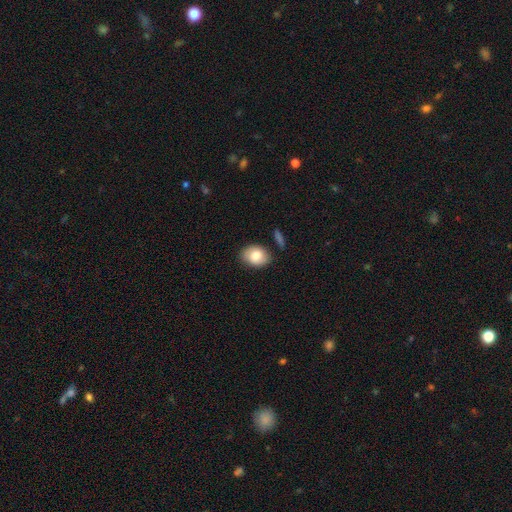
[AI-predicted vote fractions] This appears to be a smooth galaxy with no disk features (76%) that is in between round and cigar-shaped (64%). Merging: none (77%).